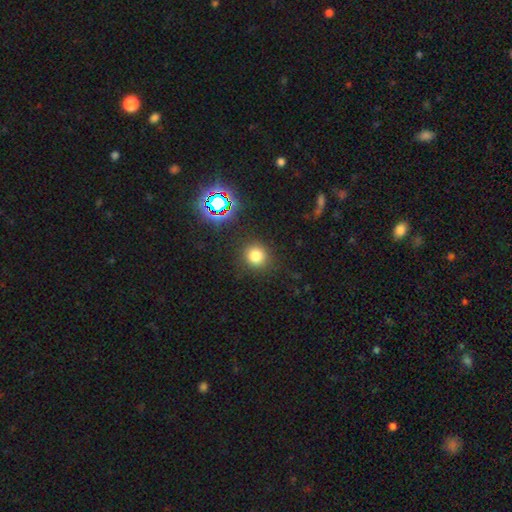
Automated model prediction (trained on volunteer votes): This appears to be a smooth galaxy with no disk features (77%) that is round (90%). Merging: none (87%).